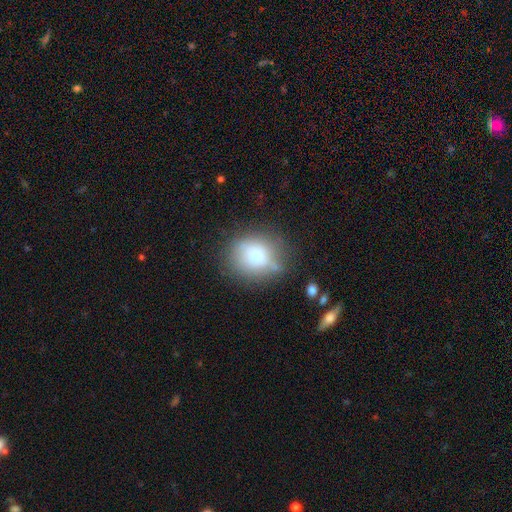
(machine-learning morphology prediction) Smooth or featured? smooth (66%)
How rounded? round (77%)
Merging? none (68%)